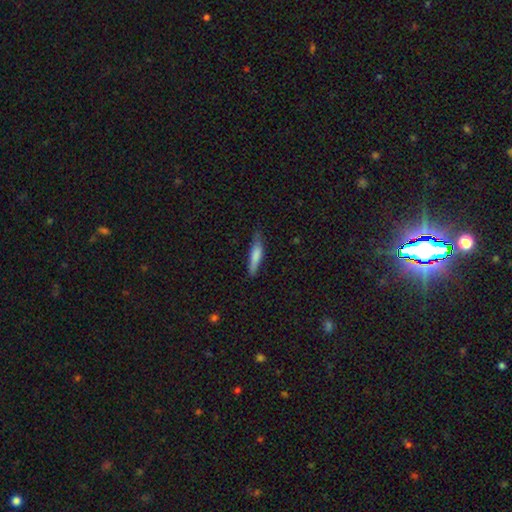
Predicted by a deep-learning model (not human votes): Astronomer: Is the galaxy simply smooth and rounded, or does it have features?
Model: smooth — 76%.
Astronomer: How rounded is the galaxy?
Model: cigar-shaped — 83%.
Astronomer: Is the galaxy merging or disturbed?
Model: none — 77%.